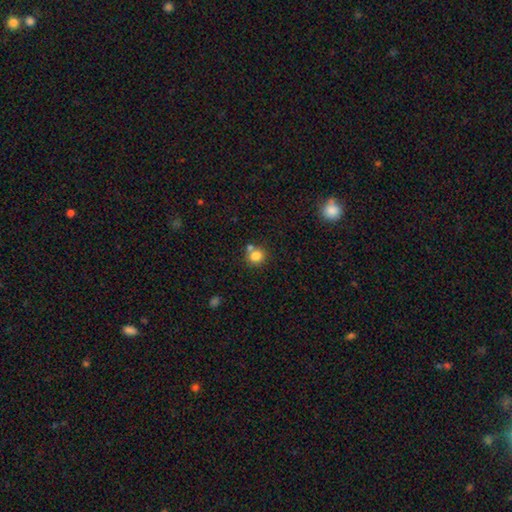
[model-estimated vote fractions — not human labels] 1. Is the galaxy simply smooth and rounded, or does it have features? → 82% smooth, 11% star or artifact, 7% featured or disk.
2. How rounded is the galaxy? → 84% round, 15% in between, 1% cigar-shaped.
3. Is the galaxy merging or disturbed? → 62% none, 26% merger, 9% minor disturbance, 3% major disturbance.